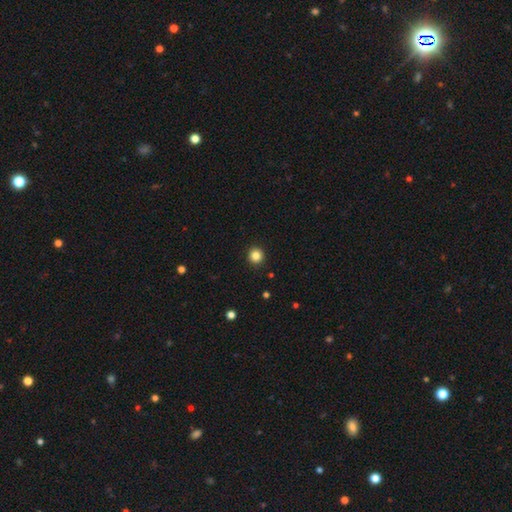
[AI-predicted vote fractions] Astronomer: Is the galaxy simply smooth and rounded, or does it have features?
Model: smooth — 84%.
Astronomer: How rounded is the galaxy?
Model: round — 95%.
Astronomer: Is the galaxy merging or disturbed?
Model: none — 93%.